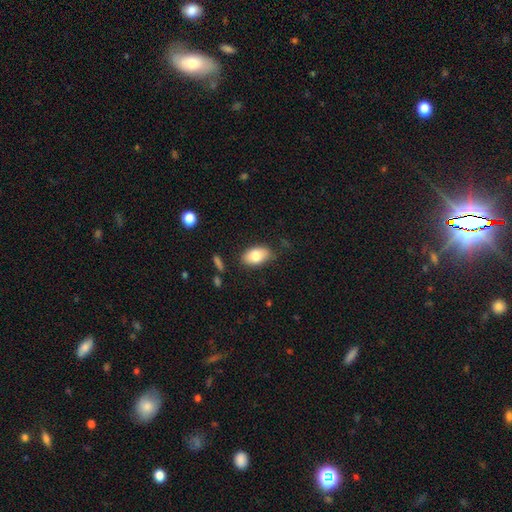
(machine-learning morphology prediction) Q: Smooth or featured?
A: smooth (79%); runner-up: featured or disk (14%)
Q: How rounded?
A: in between (91%); runner-up: round (7%)
Q: Merging?
A: none (80%); runner-up: minor disturbance (15%)